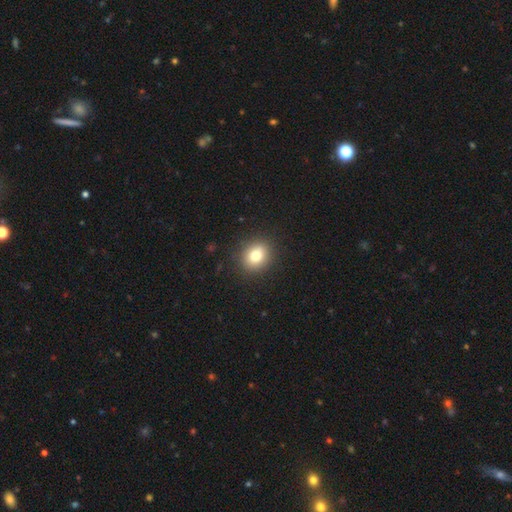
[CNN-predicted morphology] This is likely a smooth galaxy (79%). How rounded: likely round (67%). Merging: clearly none (89%).